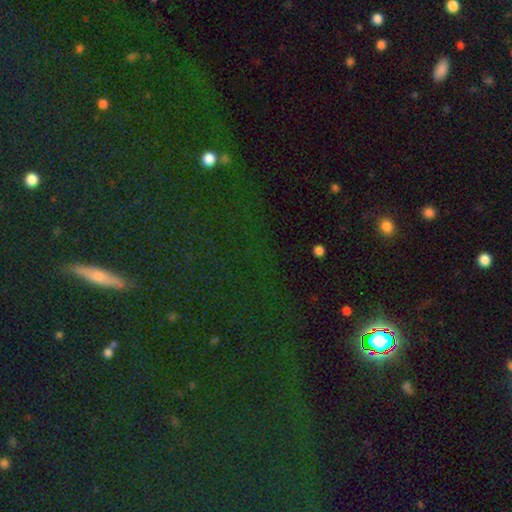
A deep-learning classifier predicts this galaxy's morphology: Smooth or featured? star or artifact (69%)